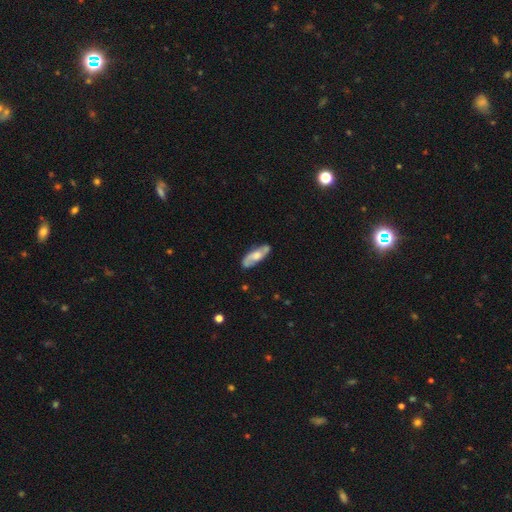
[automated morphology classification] Overall: featured or disk (57%; smooth 37%). Edge-on disk: no (78%). Merging: none (78%).